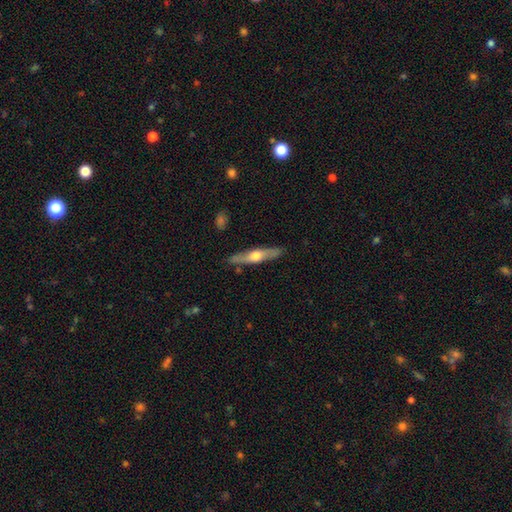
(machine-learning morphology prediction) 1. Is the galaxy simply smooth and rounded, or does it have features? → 55% featured or disk, 40% smooth, 5% star or artifact.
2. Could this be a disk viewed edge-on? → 88% yes, 12% no.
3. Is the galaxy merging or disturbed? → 85% none, 11% minor disturbance, 2% merger, 2% major disturbance.